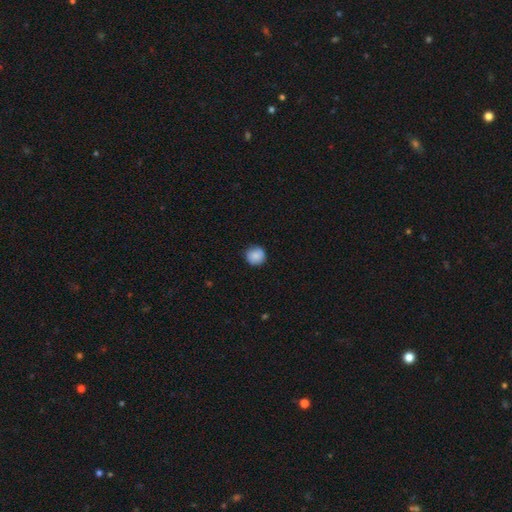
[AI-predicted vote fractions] The model was most divided on "merging": none: 85%, minor disturbance: 12%, major disturbance: 2%, merger: 1%. More confident: how rounded — round (93%); smooth or featured — smooth (85%).